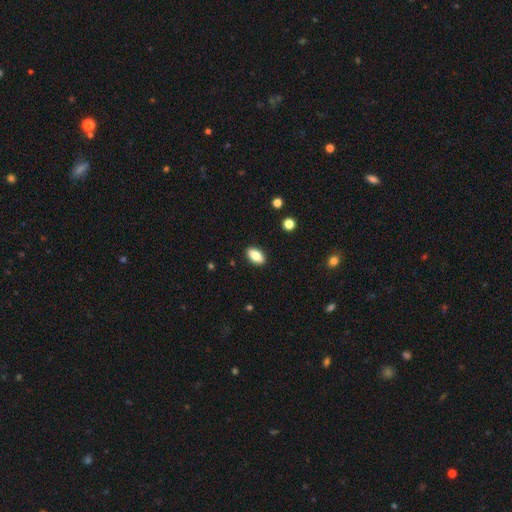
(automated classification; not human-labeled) Overall: smooth (80%). How rounded: in between (90%). Merging: none (90%).